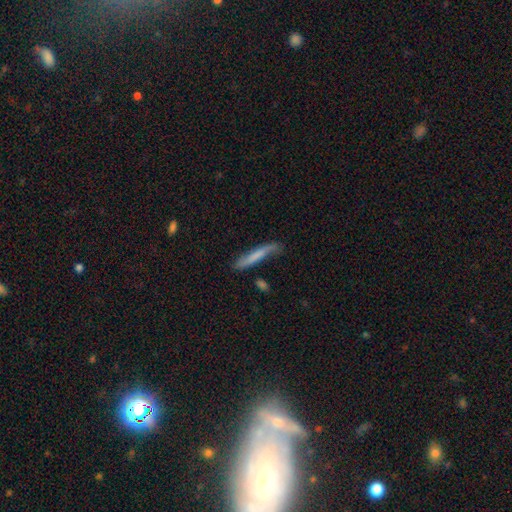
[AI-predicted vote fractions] A smooth galaxy with no disk features (66%) that is cigar-shaped (92%). Merging: none (60%).